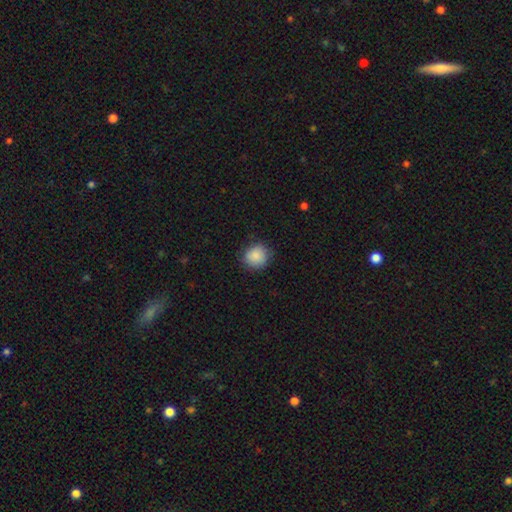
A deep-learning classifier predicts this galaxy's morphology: Q: Smooth or featured?
A: smooth (88%); runner-up: star or artifact (8%)
Q: How rounded?
A: round (86%); runner-up: in between (13%)
Q: Merging?
A: none (82%); runner-up: minor disturbance (13%)